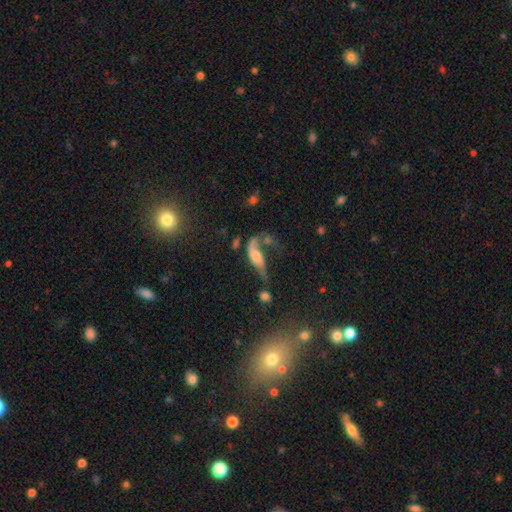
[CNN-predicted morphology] This appears to be a featured or disk galaxy (55%). Merging: major disturbance (36%).